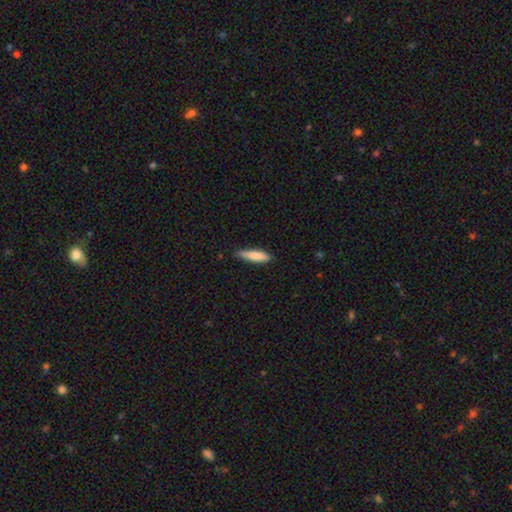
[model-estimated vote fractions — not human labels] Q: Smooth or featured?
A: smooth (80%); runner-up: featured or disk (14%)
Q: How rounded?
A: cigar-shaped (73%); runner-up: in between (25%)
Q: Merging?
A: none (78%); runner-up: minor disturbance (18%)